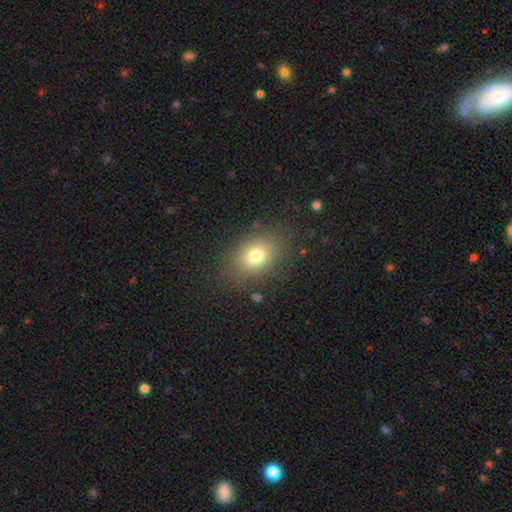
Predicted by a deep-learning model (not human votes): This appears to be a smooth galaxy with no disk features (76%) that is in between round and cigar-shaped (68%). Merging: none (82%).